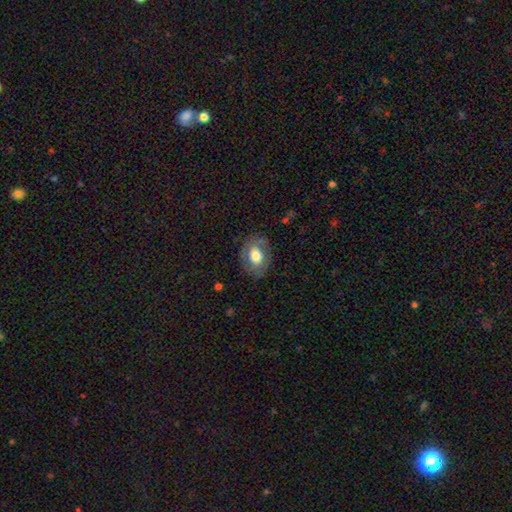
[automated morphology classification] Q: Smooth or featured?
A: smooth (62%); runner-up: featured or disk (31%)
Q: How rounded?
A: in between (69%); runner-up: round (30%)
Q: Merging?
A: none (78%); runner-up: minor disturbance (15%)